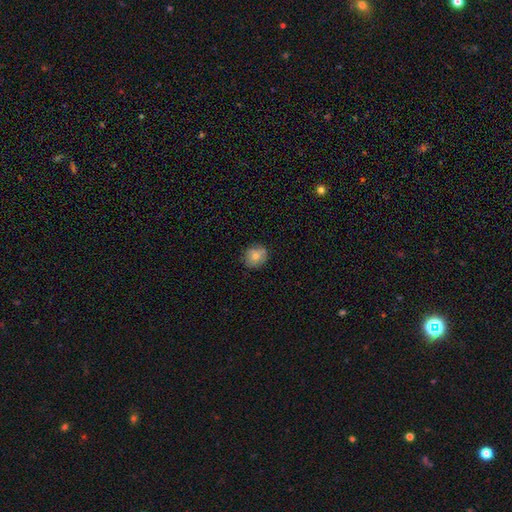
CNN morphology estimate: Smooth or featured? Predicted: smooth (p=0.78). How rounded? Predicted: round (p=0.78). Merging? Predicted: none (p=0.81).